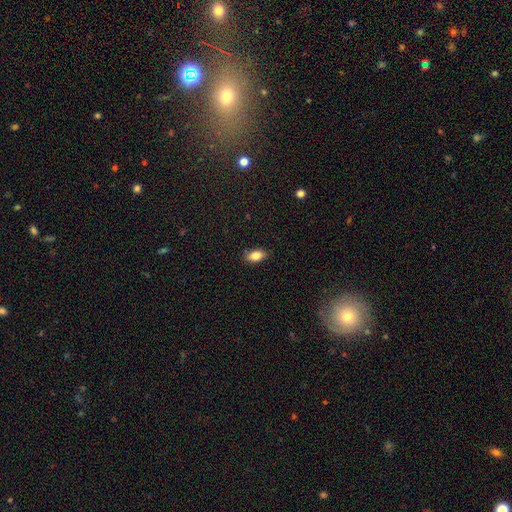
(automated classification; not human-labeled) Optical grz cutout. It shows a smooth galaxy with no disk features (83%) that is in between round and cigar-shaped (89%). Merging: none (87%).